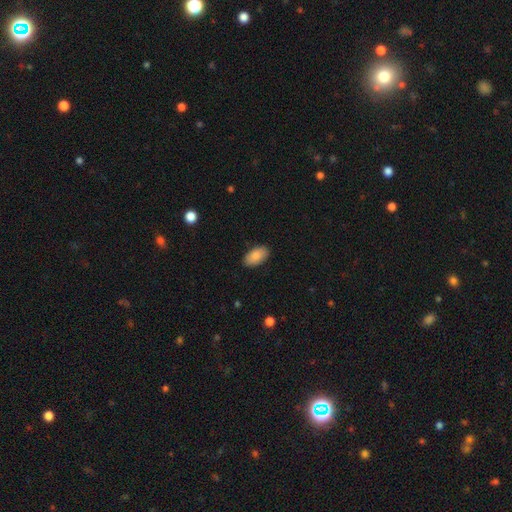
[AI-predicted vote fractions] Q: Smooth or featured?
A: smooth (86%); runner-up: featured or disk (8%)
Q: How rounded?
A: in between (95%); runner-up: round (3%)
Q: Merging?
A: none (88%); runner-up: minor disturbance (9%)